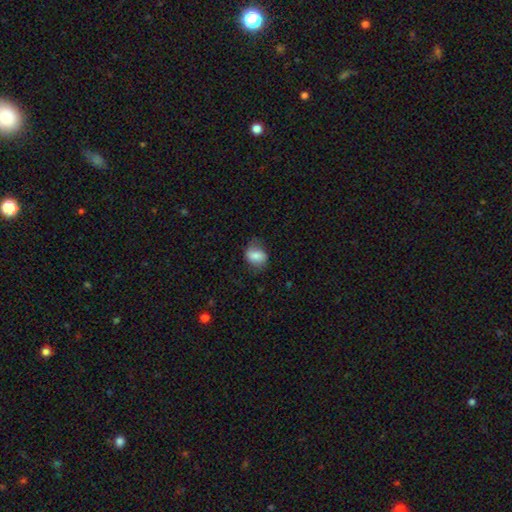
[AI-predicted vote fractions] This appears to be a smooth galaxy with no disk features (72%) that is in between round and cigar-shaped (60%). Merging: none (66%).